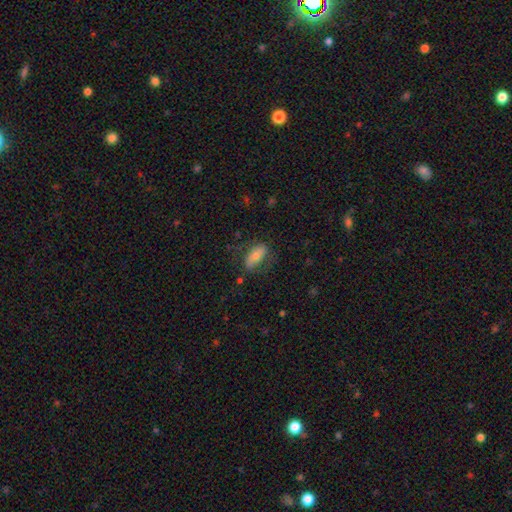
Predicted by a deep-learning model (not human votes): Smooth or featured?
  - smooth: 59% *
  - featured or disk: 33%
  - star or artifact: 8%
How rounded?
  - in between: 85% *
  - cigar-shaped: 9%
  - round: 5%
Merging?
  - none: 65% *
  - minor disturbance: 21%
  - major disturbance: 12%
  - merger: 2%